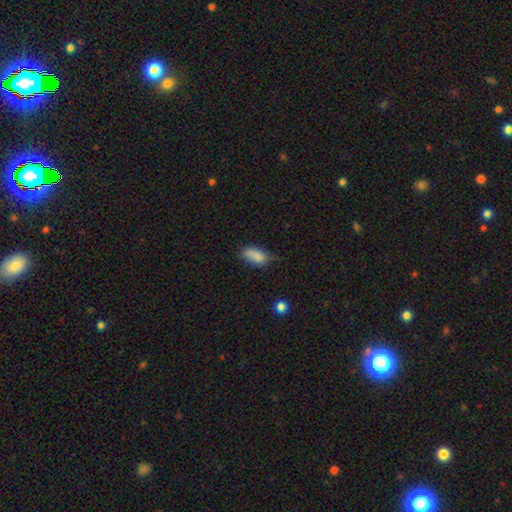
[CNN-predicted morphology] A smooth galaxy with no disk features (84%) that is in between round and cigar-shaped (87%). Merging: none (56%).